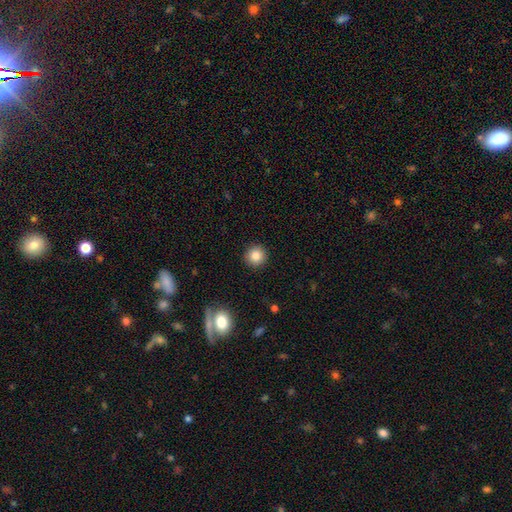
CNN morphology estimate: Smooth or featured: smooth — 84% (star or artifact — 10%)
How rounded: round — 94% (in between — 5%)
Merging: none — 92% (minor disturbance — 5%)